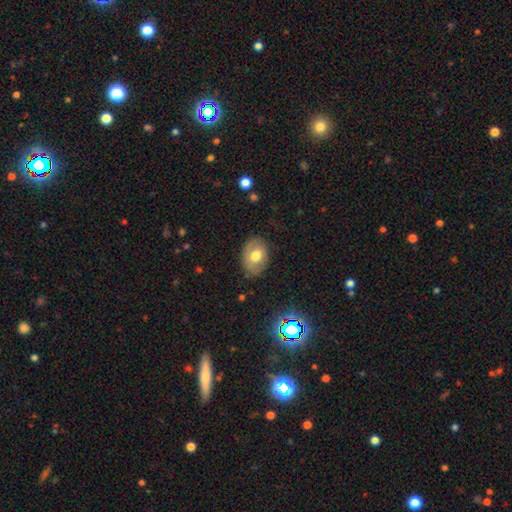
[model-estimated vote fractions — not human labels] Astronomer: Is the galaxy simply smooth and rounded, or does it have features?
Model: smooth — 67%.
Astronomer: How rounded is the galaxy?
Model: in between — 75%.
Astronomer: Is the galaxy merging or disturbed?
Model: none — 78%.